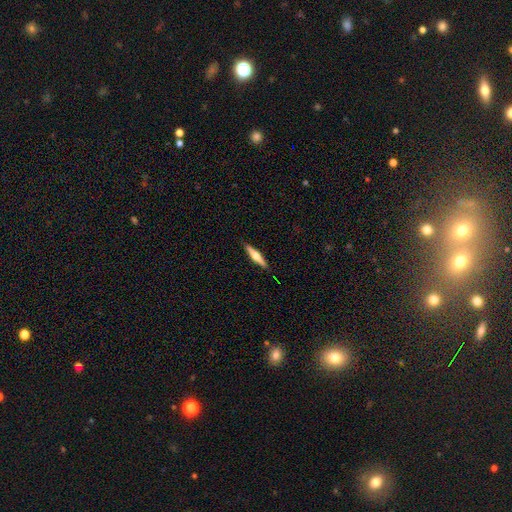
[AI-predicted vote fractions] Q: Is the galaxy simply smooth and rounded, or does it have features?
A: featured or disk — 54%.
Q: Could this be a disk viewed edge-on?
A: yes — 96%.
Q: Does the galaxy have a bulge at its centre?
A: rounded — 88%.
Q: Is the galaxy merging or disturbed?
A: none — 90%.